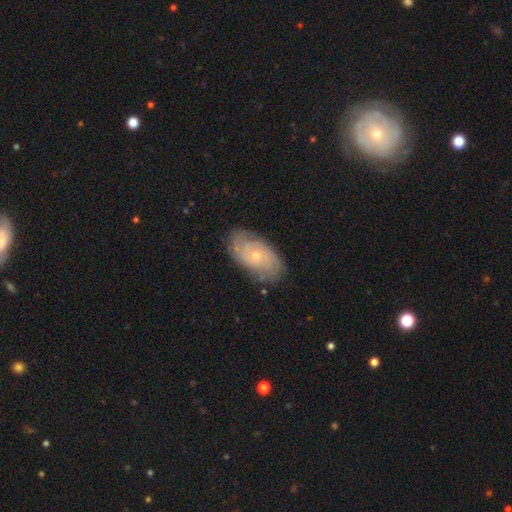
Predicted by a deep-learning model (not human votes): This is likely a featured or disk galaxy (78%). It is clearly not viewed edge-on (96%). Bar: likely no (76%). Spiral arm pattern: clearly yes (93%). Spiral arm count: marginally 2 (37%). Spiral winding: likely tight (63%). Central bulge: likely small (75%). Merging: likely none (78%).